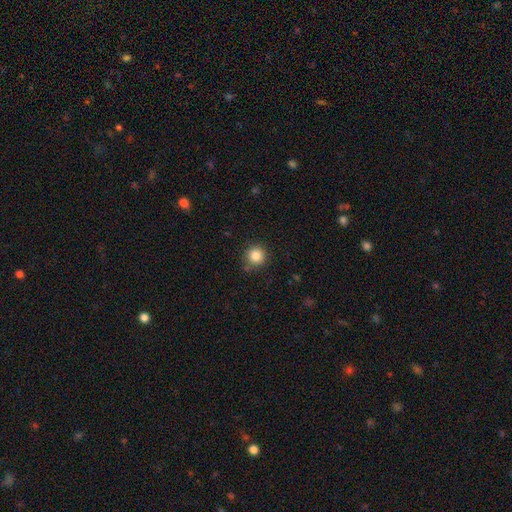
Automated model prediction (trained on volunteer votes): Q: Smooth or featured?
A: smooth (84%); runner-up: star or artifact (11%)
Q: How rounded?
A: round (94%); runner-up: in between (5%)
Q: Merging?
A: none (85%); runner-up: minor disturbance (10%)